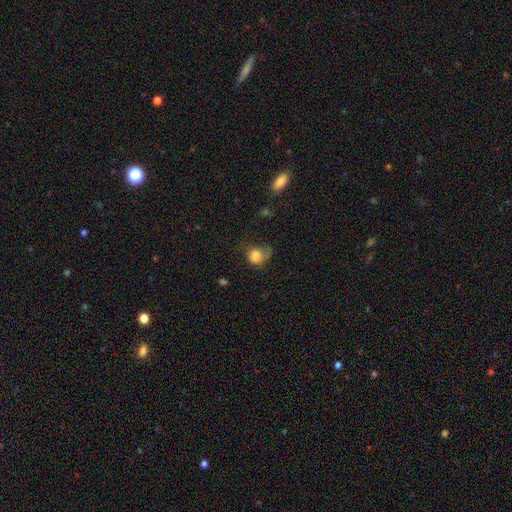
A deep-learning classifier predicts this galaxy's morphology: type=smooth (81%); roundness=round (65%); merging=minor disturbance (33%).